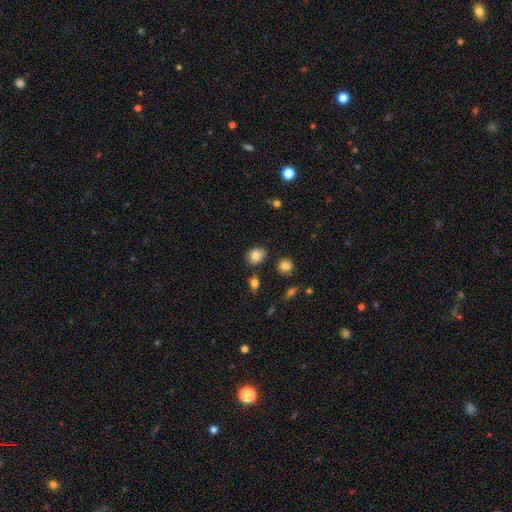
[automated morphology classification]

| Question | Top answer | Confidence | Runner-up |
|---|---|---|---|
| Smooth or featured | smooth | 84% | star or artifact (10%) |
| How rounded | round | 58% | in between (41%) |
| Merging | none | 78% | minor disturbance (14%) |